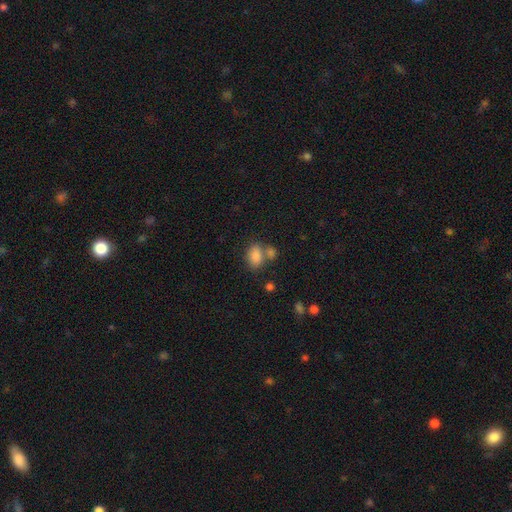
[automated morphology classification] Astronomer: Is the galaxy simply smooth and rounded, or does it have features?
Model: smooth — 84%.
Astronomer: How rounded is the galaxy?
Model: in between — 82%.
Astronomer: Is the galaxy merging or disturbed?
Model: none — 48% (runner-up: merger, 34%).